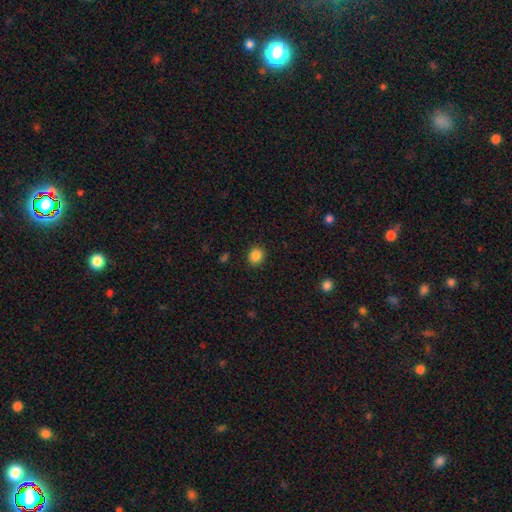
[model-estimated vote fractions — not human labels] A smooth galaxy with no disk features (86%) that is round (71%). Merging: none (90%).